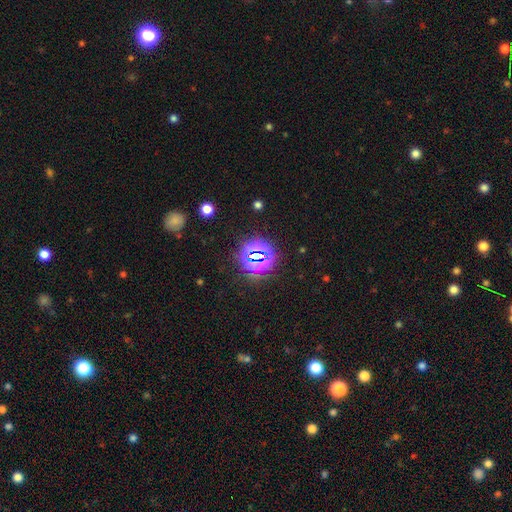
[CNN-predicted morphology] This appears to be a star or artifact, not a galaxy (75%).